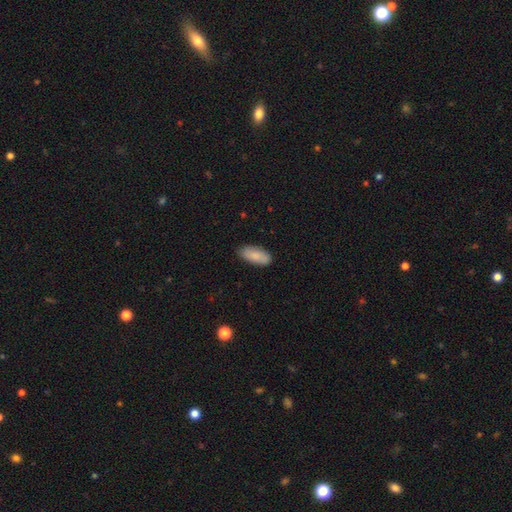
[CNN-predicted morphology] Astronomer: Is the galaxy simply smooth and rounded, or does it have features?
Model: smooth — 87%.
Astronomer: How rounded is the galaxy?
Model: in between — 86%.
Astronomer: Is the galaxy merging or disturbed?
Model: none — 84%.